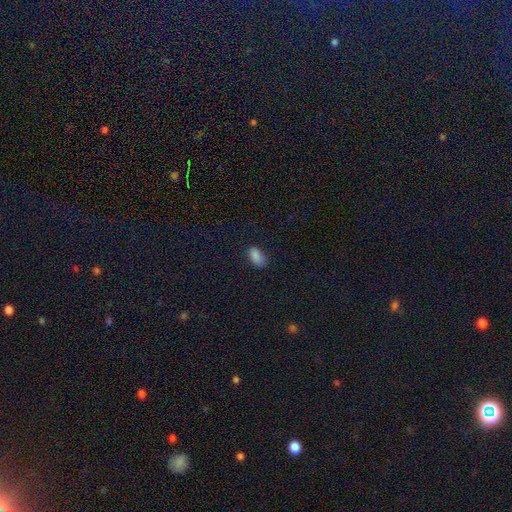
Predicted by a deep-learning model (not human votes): The model was most divided on "merging": none: 78%, minor disturbance: 16%, major disturbance: 4%, merger: 2%. More confident: how rounded — in between (91%); smooth or featured — smooth (84%).